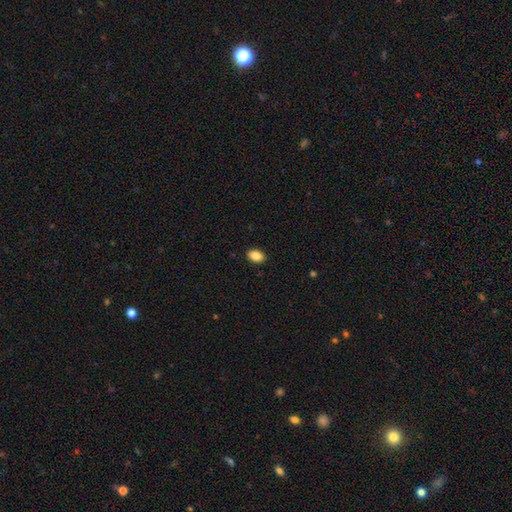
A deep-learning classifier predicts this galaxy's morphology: smooth_or_featured: smooth (p=0.87) [alt: star or artifact p=0.08]
how_rounded: in between (p=0.87) [alt: round p=0.12]
merging: none (p=0.90) [alt: minor disturbance p=0.08]